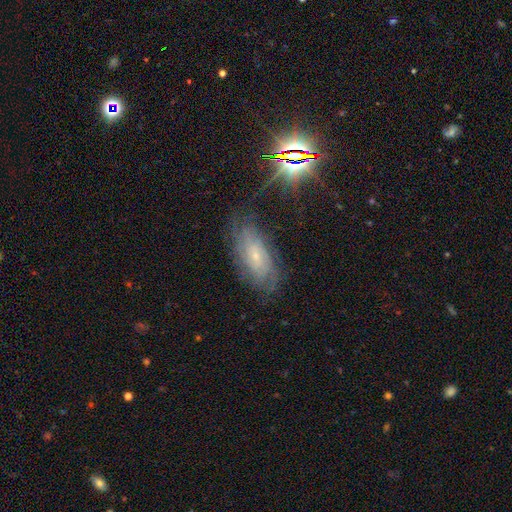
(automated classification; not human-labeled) The model was most divided on "bar": no: 65%, weak: 28%, strong: 7%. More confident: edge-on disk — no (90%); spiral arms — yes (88%); bulge size — small (79%); merging — none (71%); smooth or featured — featured or disk (66%); spiral winding — tight (65%); spiral arm count — can't tell (60%).